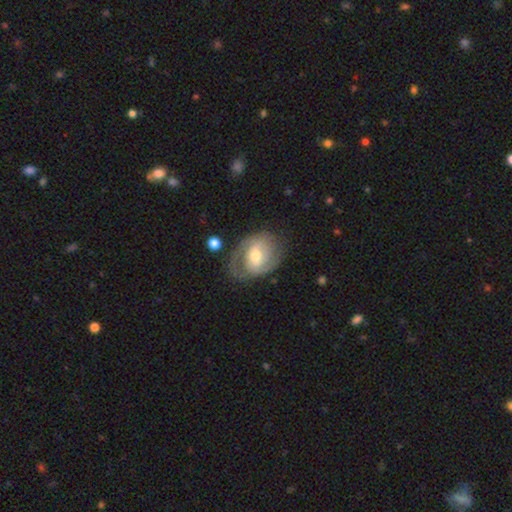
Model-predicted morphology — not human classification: Overall: featured or disk (72%). Edge-on disk: no (96%). Bar: weak (44%; no 41%). Spiral arms: yes (84%). Spiral arm count: 2 (65%). Spiral winding: tight (46%; medium 40%). Bulge size: moderate (66%). Merging: none (63%).